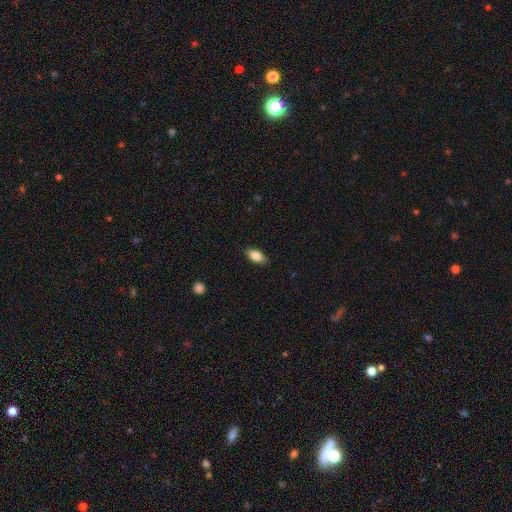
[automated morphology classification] A smooth galaxy with no disk features (83%) that is in between round and cigar-shaped (90%).

Vote fractions:
- Smooth or featured? smooth: 83% / featured or disk: 10% / star or artifact: 7%
- How rounded? in between: 90% / cigar-shaped: 7% / round: 4%
- Merging? none: 87% / minor disturbance: 10% / major disturbance: 2% / merger: 1%